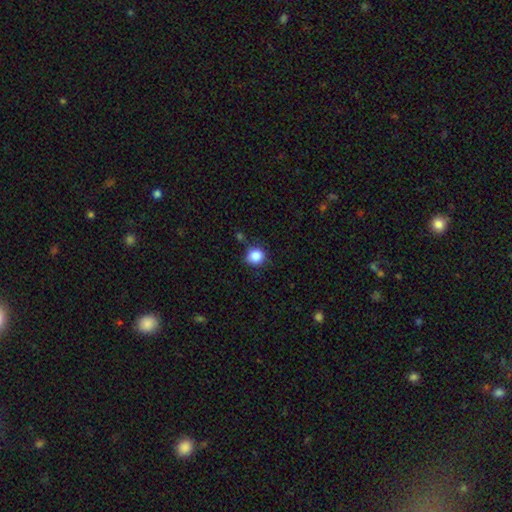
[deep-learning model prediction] Smooth or featured: smooth — 85% (star or artifact — 11%)
How rounded: round — 87% (in between — 12%)
Merging: none — 77% (minor disturbance — 15%)